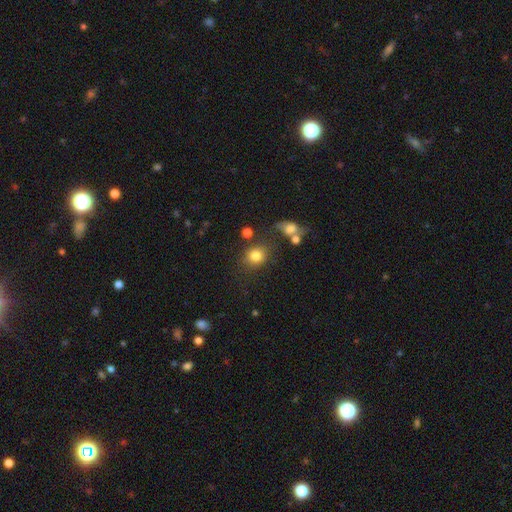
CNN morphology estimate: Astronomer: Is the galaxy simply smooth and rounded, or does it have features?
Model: smooth — 80%.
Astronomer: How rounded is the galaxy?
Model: round — 69%.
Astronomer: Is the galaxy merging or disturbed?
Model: none — 70%.